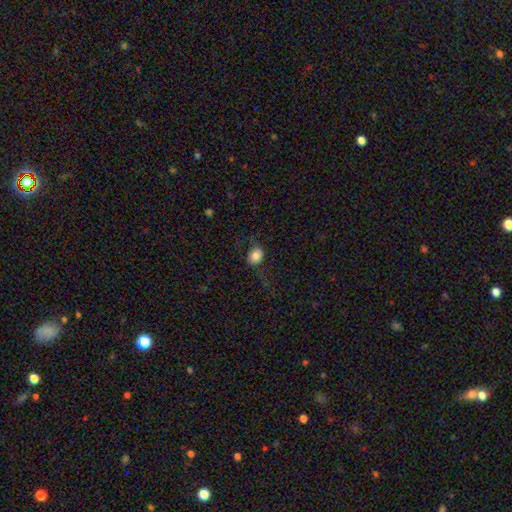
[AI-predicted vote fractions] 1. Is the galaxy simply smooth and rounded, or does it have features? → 82% smooth, 9% star or artifact, 9% featured or disk.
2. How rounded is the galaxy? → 52% round, 47% in between, 1% cigar-shaped.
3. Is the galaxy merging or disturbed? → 78% none, 15% minor disturbance, 6% major disturbance, 1% merger.